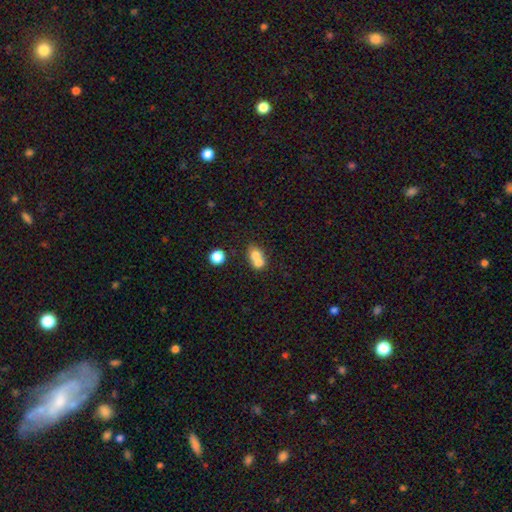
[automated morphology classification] smooth 70%, featured or disk 19%, star or artifact 11%. Down the decision tree: how rounded — round (61%); merging — merger (66%).